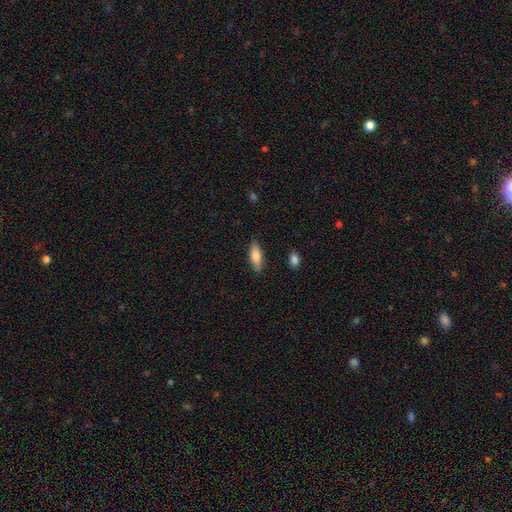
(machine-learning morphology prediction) smooth-or-featured: smooth: 82% | featured or disk: 12% | star or artifact: 6%
  how-rounded: in between: 67% | cigar-shaped: 31% | round: 2%
  merging: none: 84% | minor disturbance: 12% | major disturbance: 2% | merger: 2%